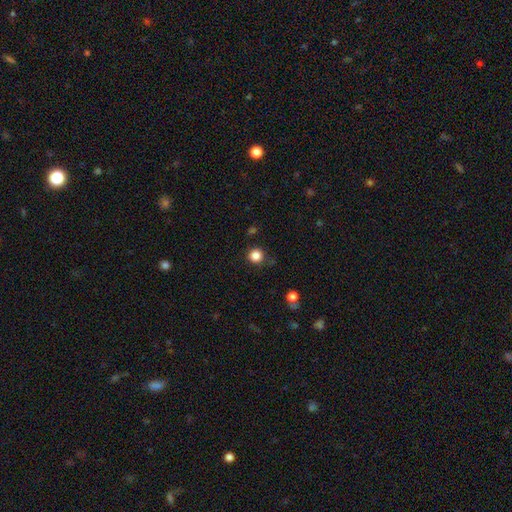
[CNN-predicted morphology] A smooth galaxy with no disk features (84%) that is round (93%). Merging: none (86%).